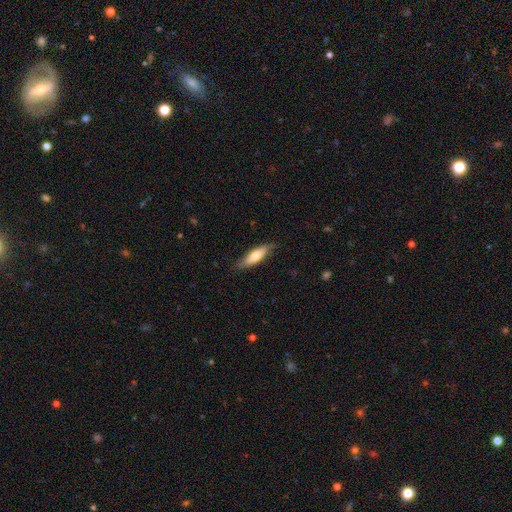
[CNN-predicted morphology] This is likely a smooth galaxy (61%). How rounded: possibly cigar-shaped (53%). Merging: likely none (80%).